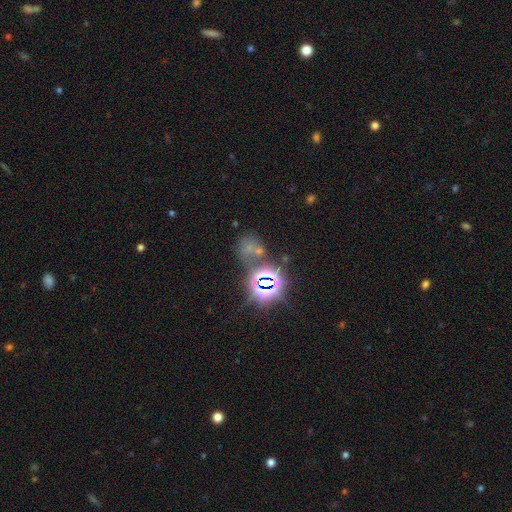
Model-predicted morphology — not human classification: This is likely a star or artifact rather than a galaxy (67%).